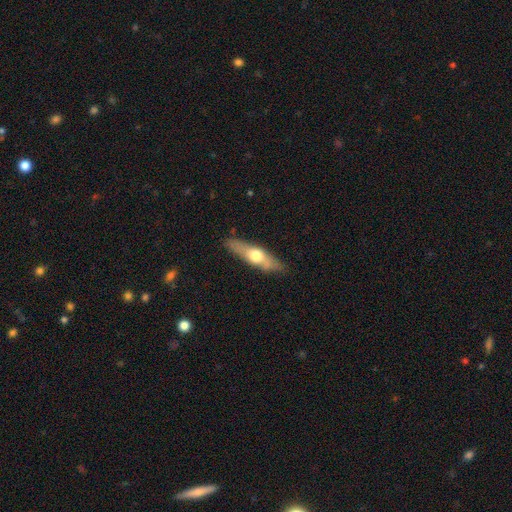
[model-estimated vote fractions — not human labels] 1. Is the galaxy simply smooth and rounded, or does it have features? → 50% featured or disk, 44% smooth, 5% star or artifact.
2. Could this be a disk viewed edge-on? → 86% yes, 14% no.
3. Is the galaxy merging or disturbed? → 84% none, 12% minor disturbance, 3% major disturbance, 2% merger.